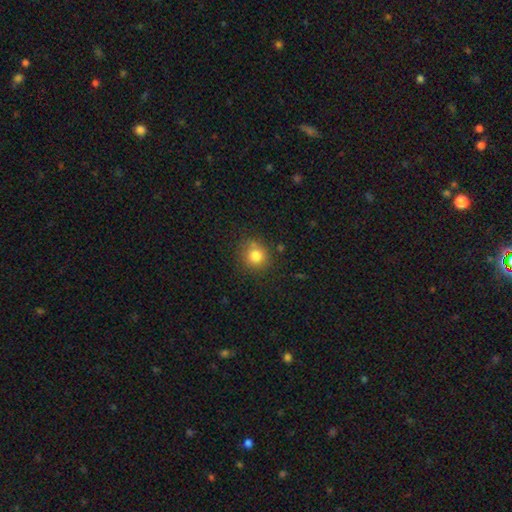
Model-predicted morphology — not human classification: Smooth or featured? Predicted: smooth (p=0.81). How rounded? Predicted: round (p=0.88). Merging? Predicted: none (p=0.78).